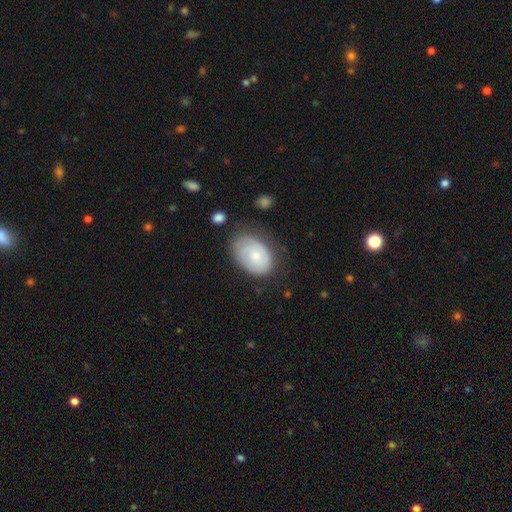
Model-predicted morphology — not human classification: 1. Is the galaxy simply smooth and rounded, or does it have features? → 59% smooth, 35% featured or disk, 6% star or artifact.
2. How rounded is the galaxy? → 83% in between, 16% round, 1% cigar-shaped.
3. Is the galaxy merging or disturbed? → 62% none, 27% minor disturbance, 9% major disturbance, 2% merger.